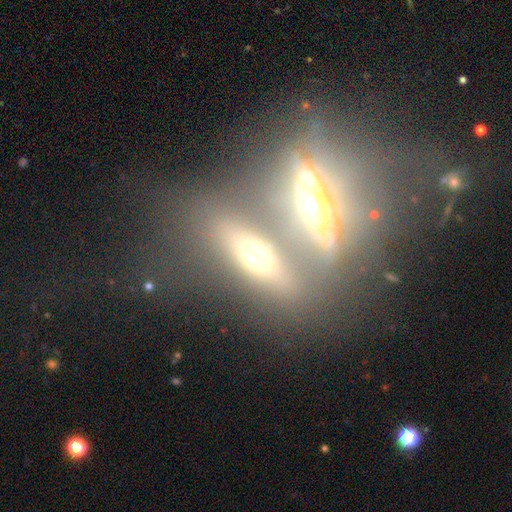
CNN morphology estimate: The model was most divided on "merging": merger: 50%, none: 36%, minor disturbance: 8%, major disturbance: 6%. More confident: edge-on bulge — rounded (91%); edge-on disk — yes (81%); smooth or featured — featured or disk (63%).